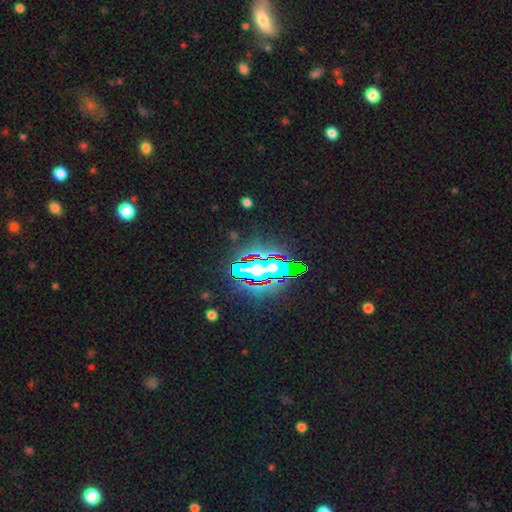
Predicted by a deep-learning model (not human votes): Smooth or featured? Predicted: star or artifact (p=0.67).